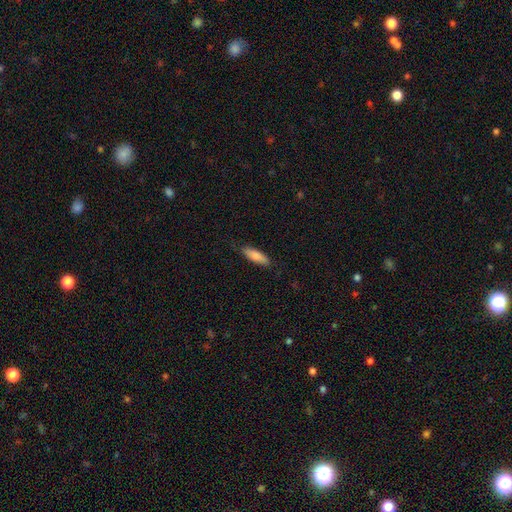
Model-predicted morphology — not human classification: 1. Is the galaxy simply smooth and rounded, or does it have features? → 82% smooth, 13% featured or disk, 6% star or artifact.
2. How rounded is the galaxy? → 53% cigar-shaped, 45% in between, 2% round.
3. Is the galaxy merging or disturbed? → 83% none, 14% minor disturbance, 2% major disturbance, 1% merger.